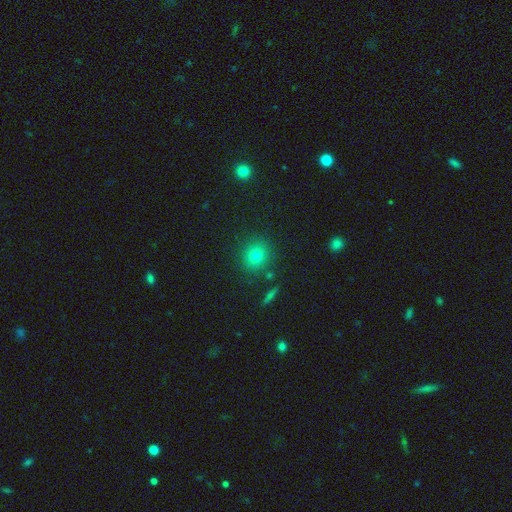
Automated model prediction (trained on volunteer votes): The model was most divided on "smooth or featured": smooth: 76%, star or artifact: 15%, featured or disk: 9%. More confident: merging — none (85%); how rounded — round (85%).